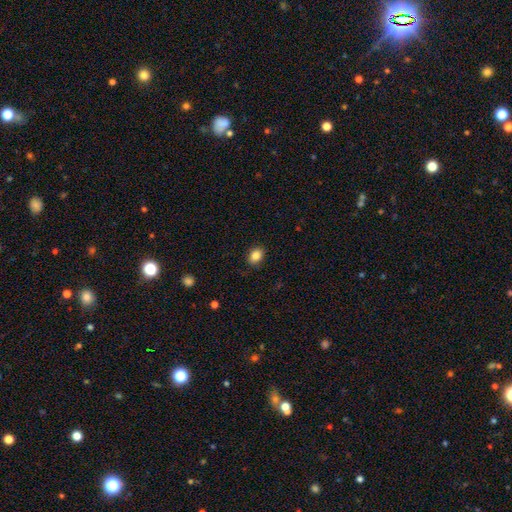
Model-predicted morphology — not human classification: Smooth or featured? smooth (86%)
How rounded? in between (67%)
Merging? none (88%)